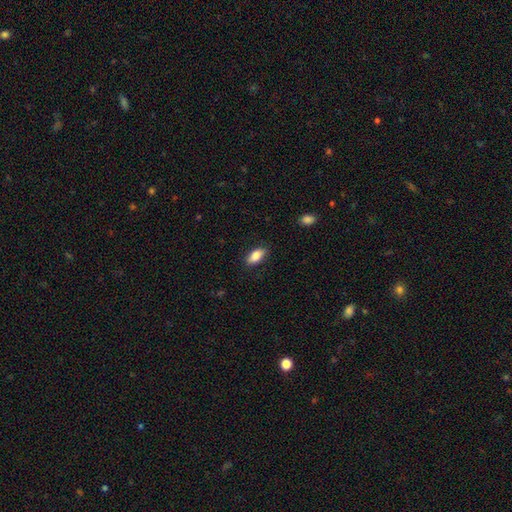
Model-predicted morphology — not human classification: A smooth galaxy with no disk features (85%) that is in between round and cigar-shaped (88%).

Vote fractions:
- Smooth or featured? smooth: 85% / featured or disk: 8% / star or artifact: 7%
- How rounded? in between: 88% / cigar-shaped: 9% / round: 3%
- Merging? none: 85% / minor disturbance: 11% / major disturbance: 3% / merger: 1%